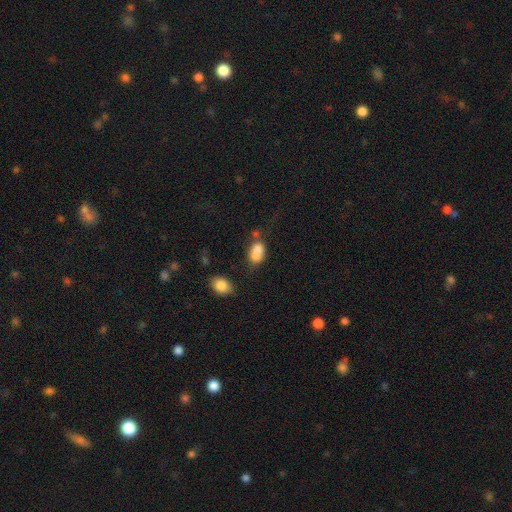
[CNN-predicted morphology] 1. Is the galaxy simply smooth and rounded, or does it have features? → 71% smooth, 19% featured or disk, 10% star or artifact.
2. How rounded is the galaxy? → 60% in between, 38% round, 2% cigar-shaped.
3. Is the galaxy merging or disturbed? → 57% merger, 25% none, 11% minor disturbance, 6% major disturbance.